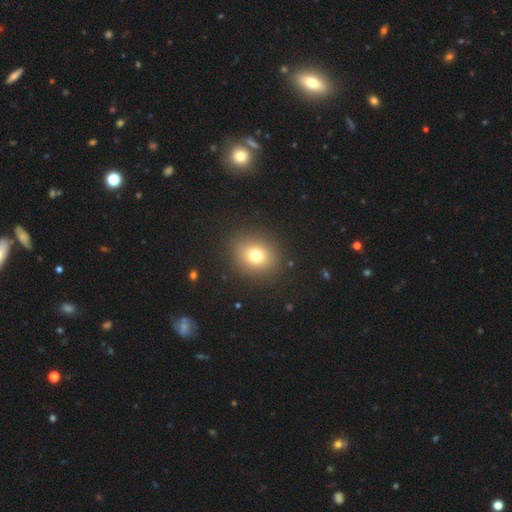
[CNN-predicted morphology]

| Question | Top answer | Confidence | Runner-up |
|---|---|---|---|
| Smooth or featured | smooth | 75% | star or artifact (15%) |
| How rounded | round | 71% | in between (28%) |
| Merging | none | 88% | minor disturbance (7%) |